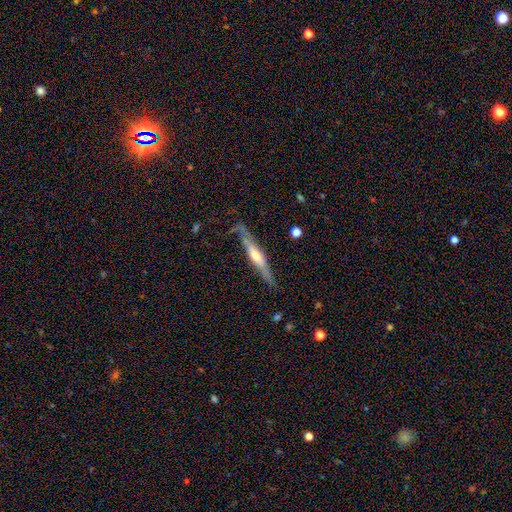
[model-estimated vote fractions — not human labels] Smooth or featured: featured or disk — 64% (smooth — 30%)
Edge-on disk: yes — 86% (no — 14%)
Edge-on bulge: rounded — 59% (none — 22%)
Merging: none — 68% (minor disturbance — 22%)